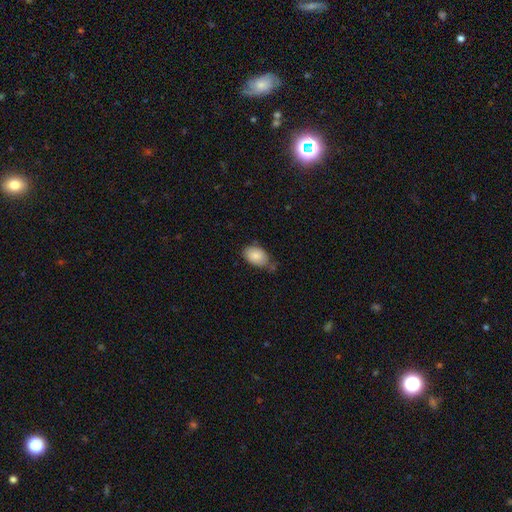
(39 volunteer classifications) Smooth or featured? 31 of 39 (79%) said smooth. How rounded? 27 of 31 (87%) said in between. Merging? 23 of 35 (66%) said none.